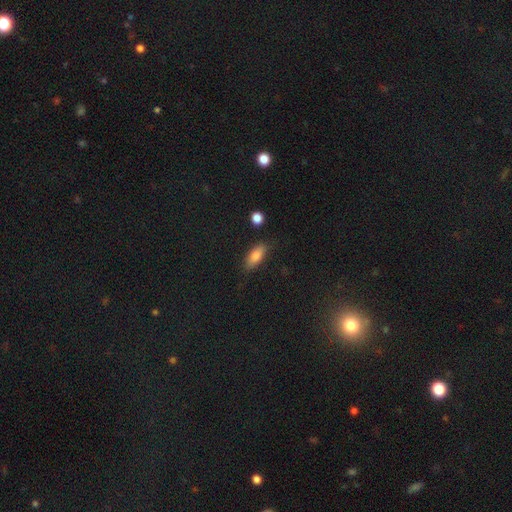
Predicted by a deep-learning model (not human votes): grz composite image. It shows a smooth galaxy with no disk features (81%) that is in between round and cigar-shaped (77%). Merging: none (78%).